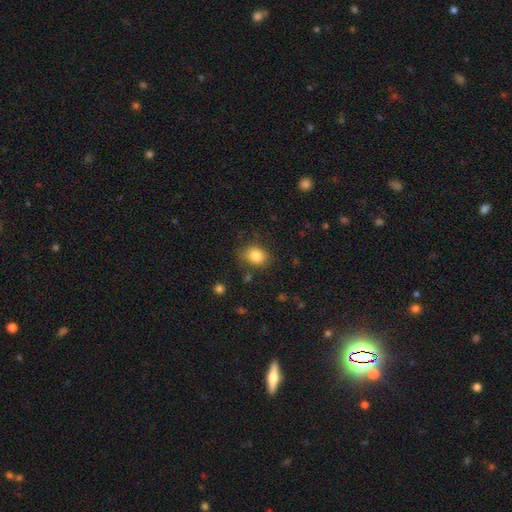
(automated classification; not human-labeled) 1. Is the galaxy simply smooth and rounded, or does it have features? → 84% smooth, 10% star or artifact, 6% featured or disk.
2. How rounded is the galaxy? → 56% round, 43% in between, 1% cigar-shaped.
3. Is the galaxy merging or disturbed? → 78% none, 15% minor disturbance, 4% major disturbance, 2% merger.